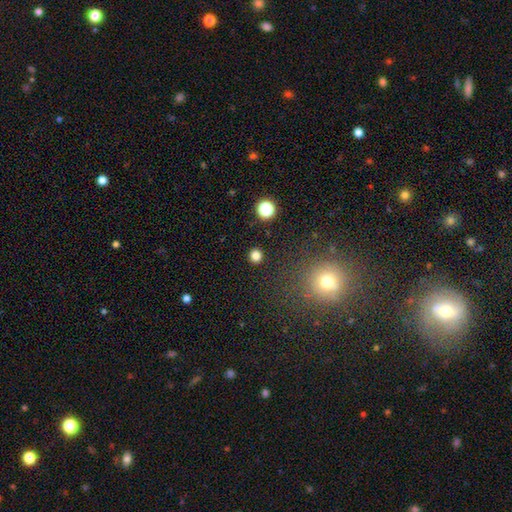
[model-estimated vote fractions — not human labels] Morphology: type=smooth (81%); roundness=round (91%); merging=none (91%).